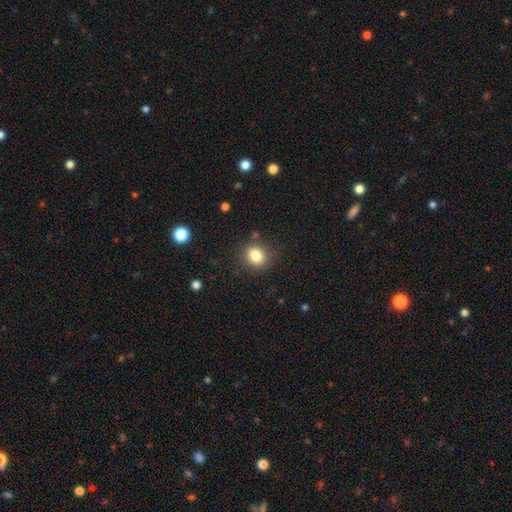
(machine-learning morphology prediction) The model was most divided on "how rounded": round: 71%, in between: 28%, cigar-shaped: 1%. More confident: merging — none (83%); smooth or featured — smooth (82%).